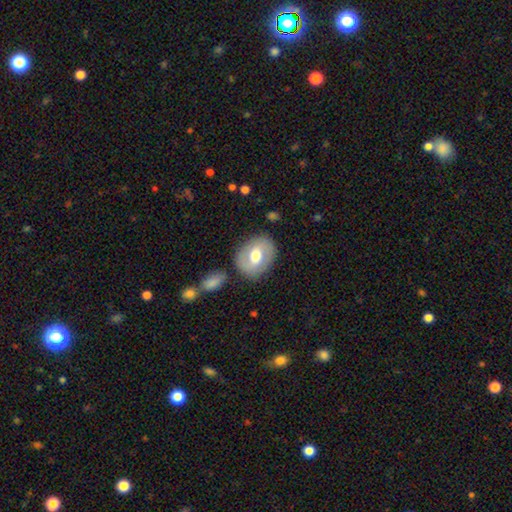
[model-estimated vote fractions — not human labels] smooth 52%, featured or disk 42%, star or artifact 6%. Down the decision tree: how rounded — in between (54%); merging — none (79%).